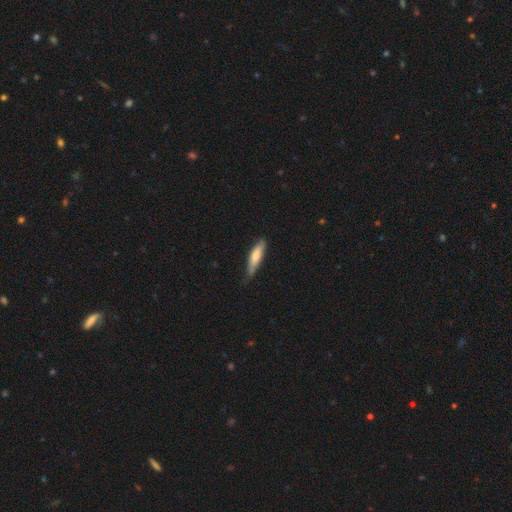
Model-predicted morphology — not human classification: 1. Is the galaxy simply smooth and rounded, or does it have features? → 68% smooth, 27% featured or disk, 5% star or artifact.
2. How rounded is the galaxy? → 77% cigar-shaped, 21% in between, 1% round.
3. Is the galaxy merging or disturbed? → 69% none, 26% minor disturbance, 4% major disturbance, 1% merger.